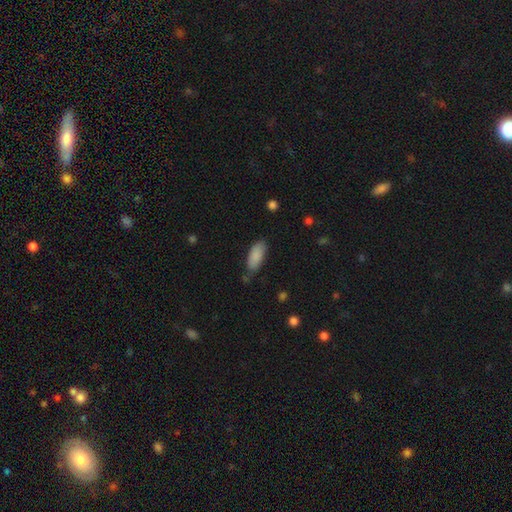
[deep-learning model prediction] Morphology: type=smooth (88%); roundness=in between (80%); merging=none (71%).